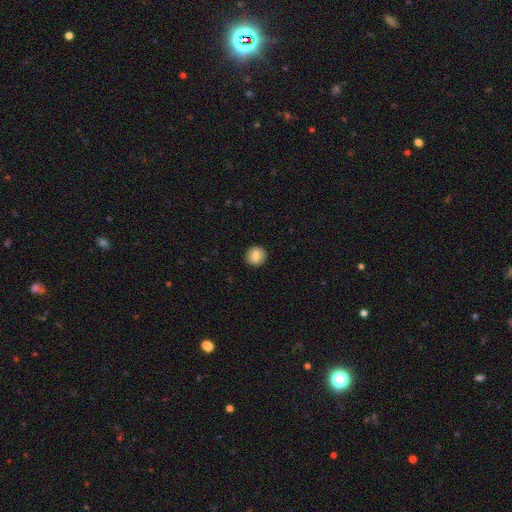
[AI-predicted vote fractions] Smooth or featured? smooth (80%)
How rounded? round (93%)
Merging? none (92%)